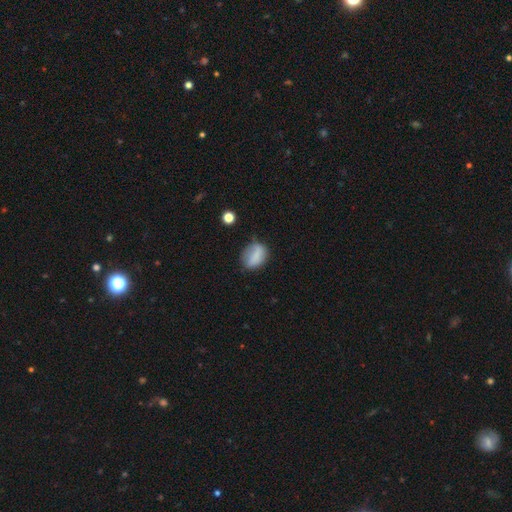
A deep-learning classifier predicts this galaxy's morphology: A smooth galaxy with no disk features (78%) that is in between round and cigar-shaped (68%). Merging: none (59%).